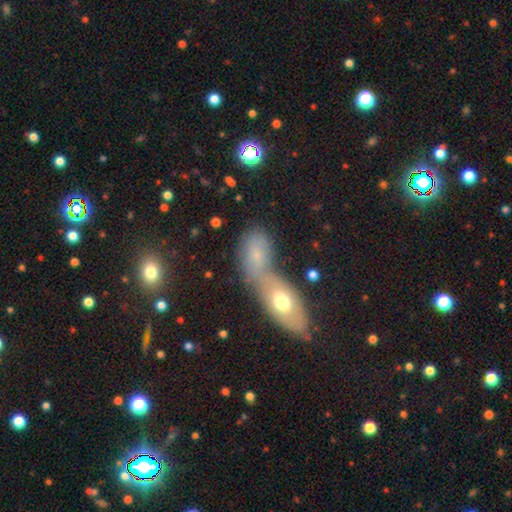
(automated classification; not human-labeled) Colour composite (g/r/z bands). It shows a smooth galaxy with no disk features (55%) that is in between round and cigar-shaped (75%). Merging: merger (54%).